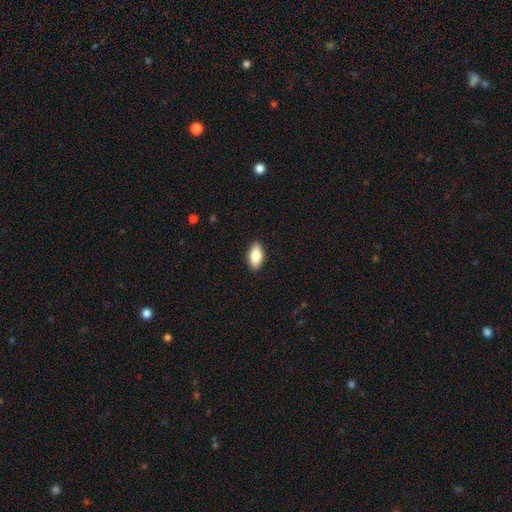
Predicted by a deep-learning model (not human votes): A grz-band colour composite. It shows a smooth galaxy with no disk features (81%) that is in between round and cigar-shaped (90%). Merging: none (89%).